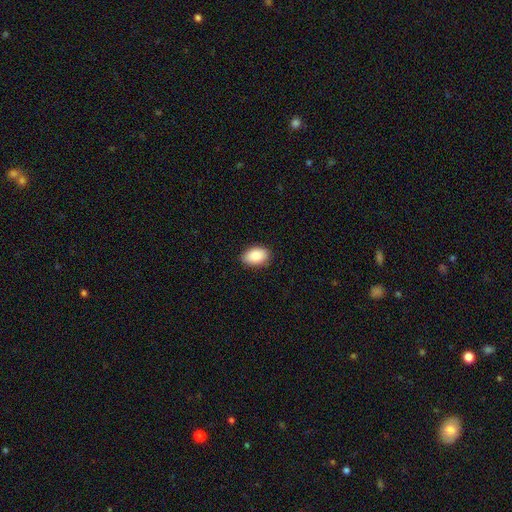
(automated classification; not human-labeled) This appears to be a smooth galaxy with no disk features (87%) that is in between round and cigar-shaped (90%). Merging: none (88%).